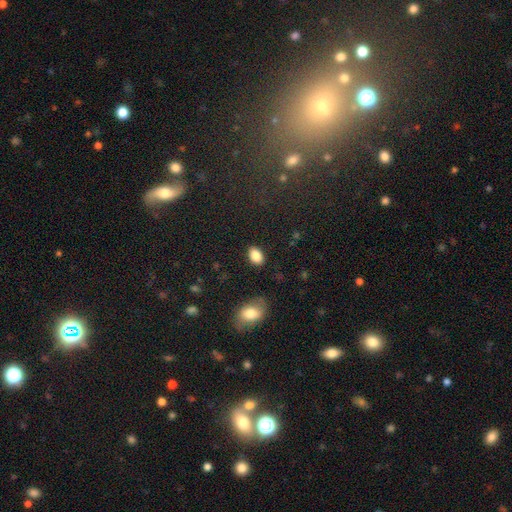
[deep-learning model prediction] Smooth or featured: smooth — 85% (star or artifact — 8%)
How rounded: in between — 88% (round — 11%)
Merging: none — 87% (minor disturbance — 9%)